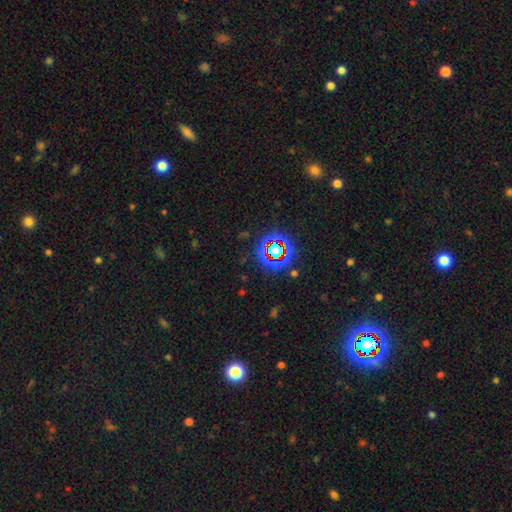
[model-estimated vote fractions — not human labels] Morphology: type=star or artifact (75%).